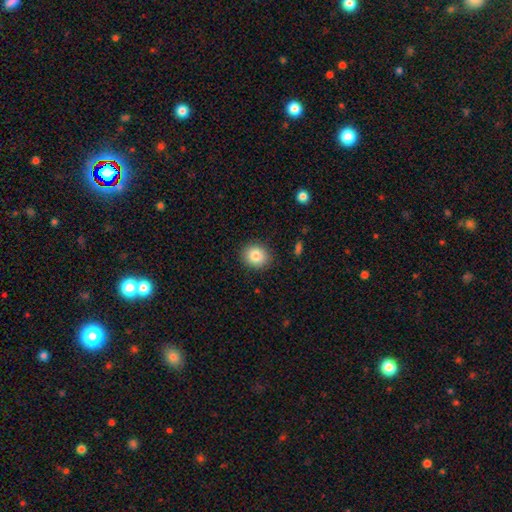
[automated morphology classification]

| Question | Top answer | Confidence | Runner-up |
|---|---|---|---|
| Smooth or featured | smooth | 84% | star or artifact (9%) |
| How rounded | round | 76% | in between (23%) |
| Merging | none | 89% | minor disturbance (7%) |